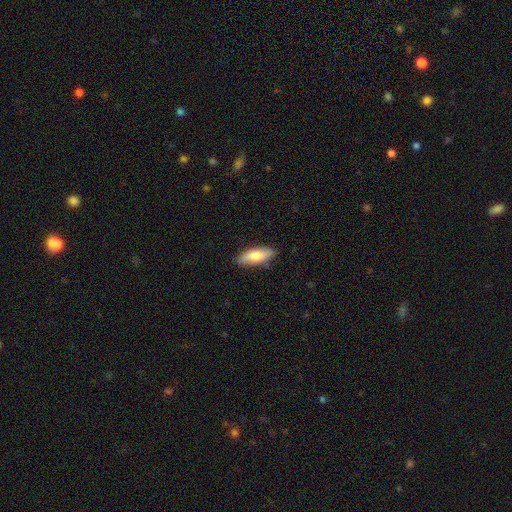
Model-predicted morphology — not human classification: The model was most divided on "how rounded": in between: 75%, cigar-shaped: 23%, round: 2%. More confident: merging — none (86%); smooth or featured — smooth (76%).